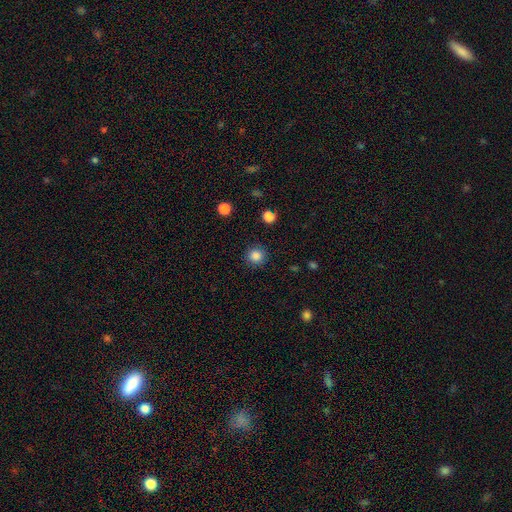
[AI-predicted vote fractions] This appears to be a smooth galaxy with no disk features (85%) that is round (94%). Merging: none (90%).